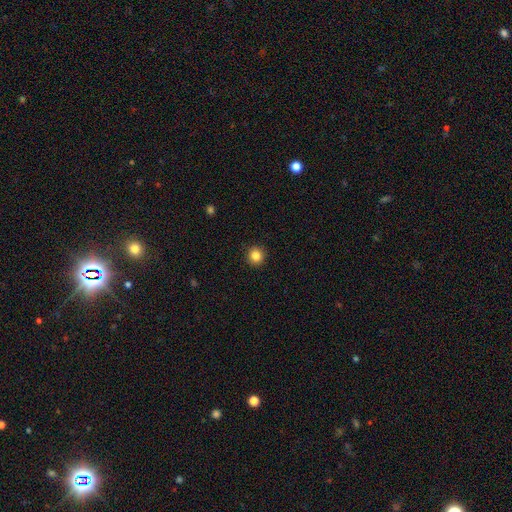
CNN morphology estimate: Q: Smooth or featured?
A: smooth (85%); runner-up: star or artifact (11%)
Q: How rounded?
A: round (94%); runner-up: in between (5%)
Q: Merging?
A: none (93%); runner-up: minor disturbance (5%)